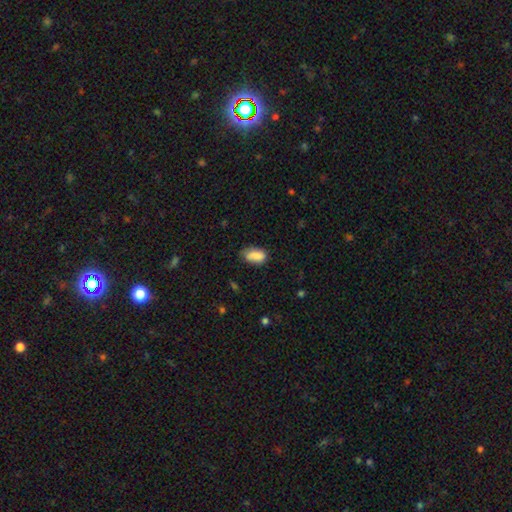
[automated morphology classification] type=smooth (84%); roundness=in between (88%); merging=none (60%).